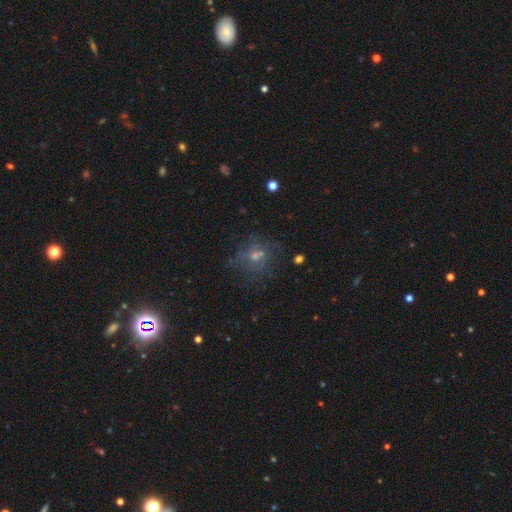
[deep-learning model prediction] smooth_or_featured: featured or disk (p=0.35) [alt: smooth p=0.33]
merging: none (p=0.64) [alt: minor disturbance p=0.17]